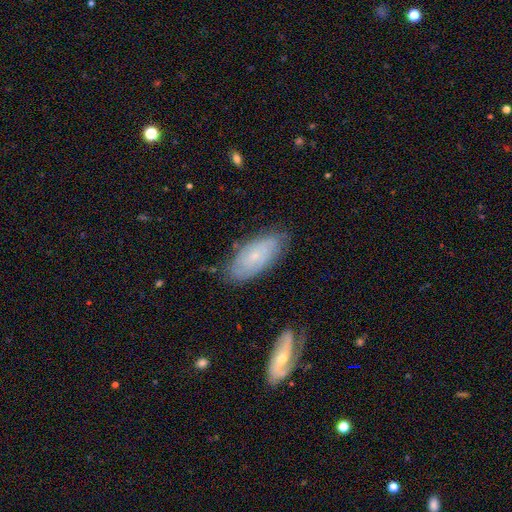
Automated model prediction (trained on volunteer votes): Smooth or featured?
  - featured or disk: 58% *
  - smooth: 34%
  - star or artifact: 8%
Edge-on disk?
  - no: 90% *
  - yes: 10%
Bar?
  - no: 79% *
  - weak: 18%
  - strong: 3%
Spiral arms?
  - yes: 81% *
  - no: 19%
Bulge size?
  - small: 81% *
  - moderate: 15%
  - none: 2%
  - large: 1%
  - dominant: 1%
Merging?
  - none: 75% *
  - minor disturbance: 18%
  - major disturbance: 4%
  - merger: 3%